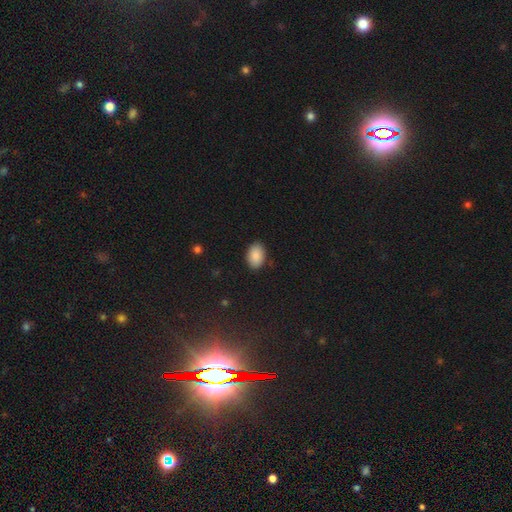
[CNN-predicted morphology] Smooth or featured?
  - smooth: 88% *
  - star or artifact: 7%
  - featured or disk: 5%
How rounded?
  - in between: 88% *
  - round: 10%
  - cigar-shaped: 1%
Merging?
  - none: 88% *
  - minor disturbance: 9%
  - major disturbance: 2%
  - merger: 1%